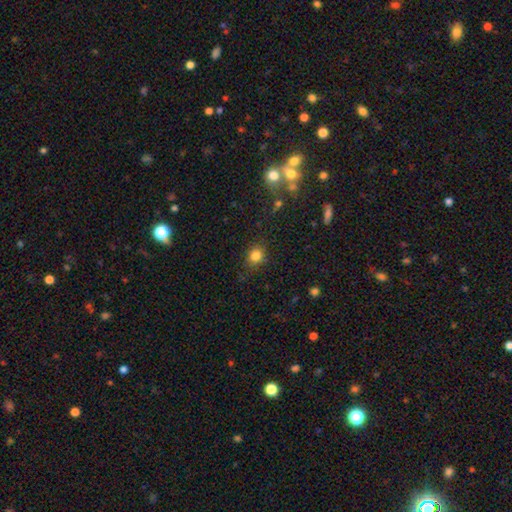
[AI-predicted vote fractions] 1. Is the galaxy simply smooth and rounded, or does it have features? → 82% smooth, 13% star or artifact, 5% featured or disk.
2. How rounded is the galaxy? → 74% round, 25% in between, 1% cigar-shaped.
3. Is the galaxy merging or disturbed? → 81% none, 13% minor disturbance, 4% major disturbance, 2% merger.